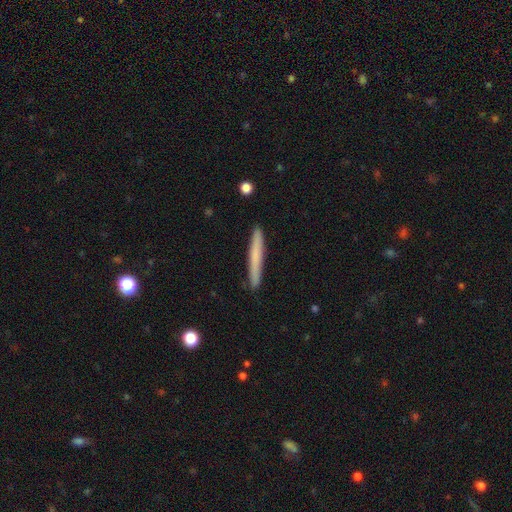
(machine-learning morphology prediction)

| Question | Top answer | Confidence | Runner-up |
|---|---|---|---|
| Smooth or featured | smooth | 65% | featured or disk (28%) |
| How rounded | cigar-shaped | 97% | in between (2%) |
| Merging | none | 91% | minor disturbance (6%) |